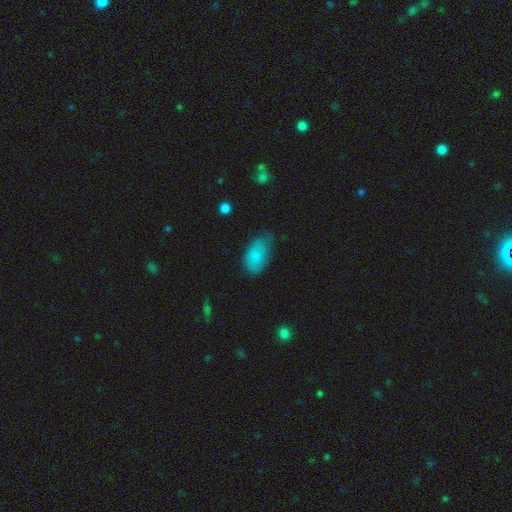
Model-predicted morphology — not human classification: This appears to be a smooth galaxy with no disk features (82%) that is in between round and cigar-shaped (93%). Merging: none (55%).